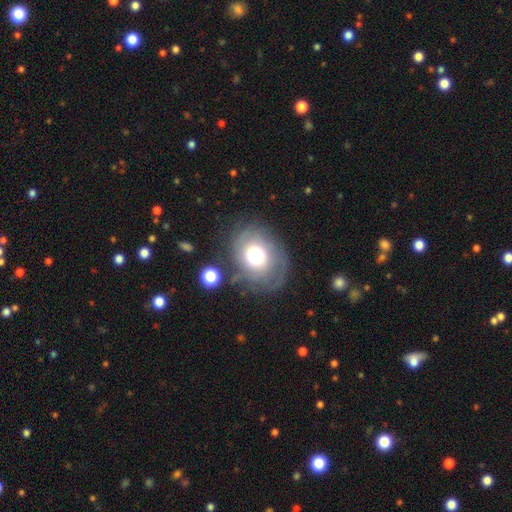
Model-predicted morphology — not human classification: Q: Smooth or featured?
A: smooth (47%); runner-up: featured or disk (42%)
Q: Merging?
A: none (60%); runner-up: minor disturbance (21%)